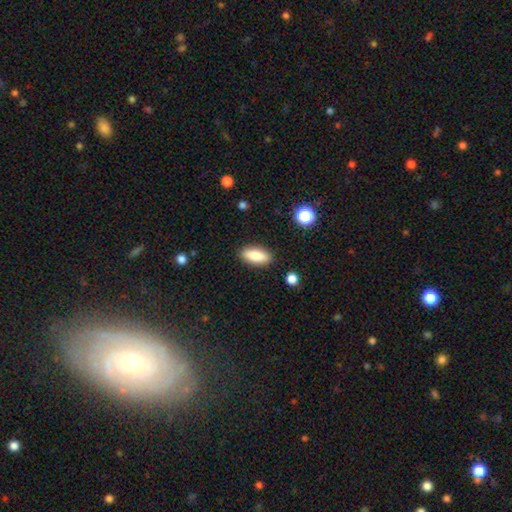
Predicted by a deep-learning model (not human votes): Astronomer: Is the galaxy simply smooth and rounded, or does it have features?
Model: smooth — 83%.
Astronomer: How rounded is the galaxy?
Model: in between — 80%.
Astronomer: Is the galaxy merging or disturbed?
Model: none — 88%.